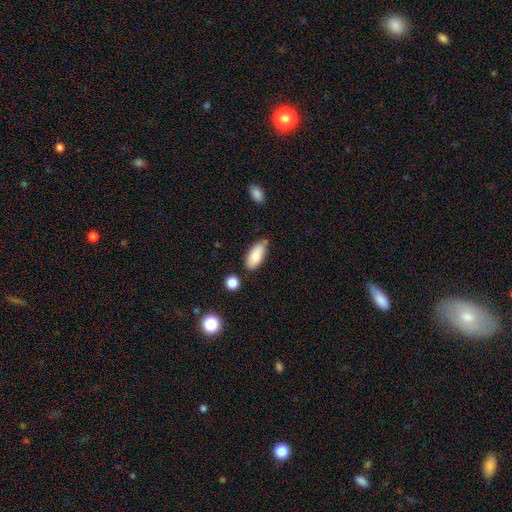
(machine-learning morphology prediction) Overall: smooth (84%). How rounded: in between (85%). Merging: none (66%).